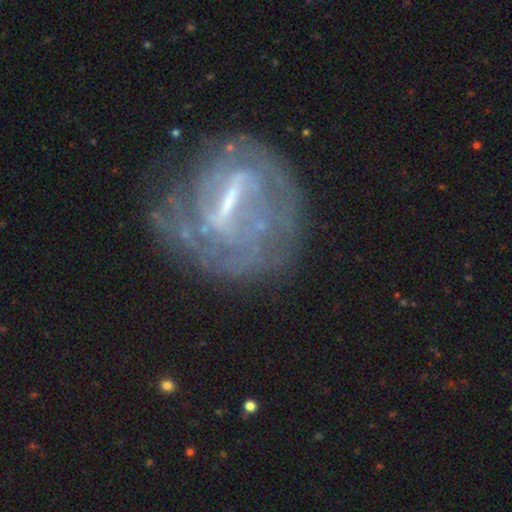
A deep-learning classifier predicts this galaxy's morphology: Overall: featured or disk (77%). Edge-on disk: no (92%). Bar: strong (58%; weak 32%). Spiral arms: yes (67%; no 33%). Bulge size: small (41%; moderate 30%). Merging: none (62%).